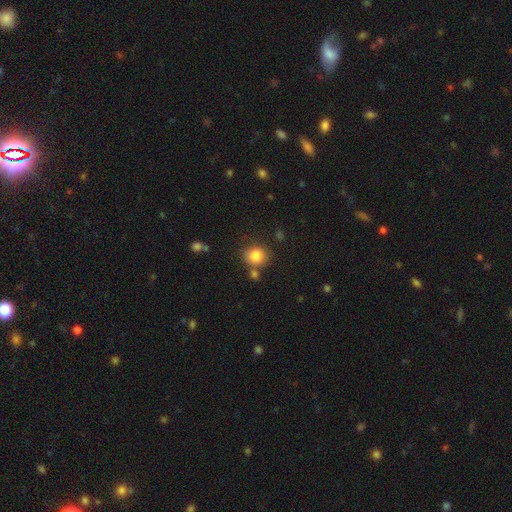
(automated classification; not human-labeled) A smooth galaxy with no disk features (85%) that is round (79%).

Vote fractions:
- Smooth or featured? smooth: 85% / star or artifact: 10% / featured or disk: 6%
- How rounded? round: 79% / in between: 20% / cigar-shaped: 1%
- Merging? none: 68% / merger: 14% / minor disturbance: 14% / major disturbance: 5%